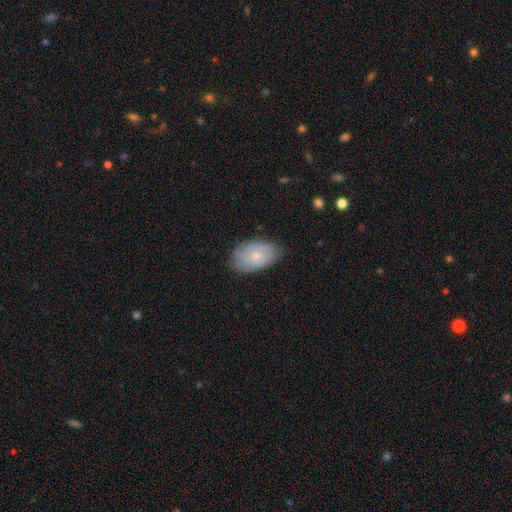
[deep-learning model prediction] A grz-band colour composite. It shows a smooth galaxy with no disk features (60%) that is in between round and cigar-shaped (91%). Merging: none (74%).